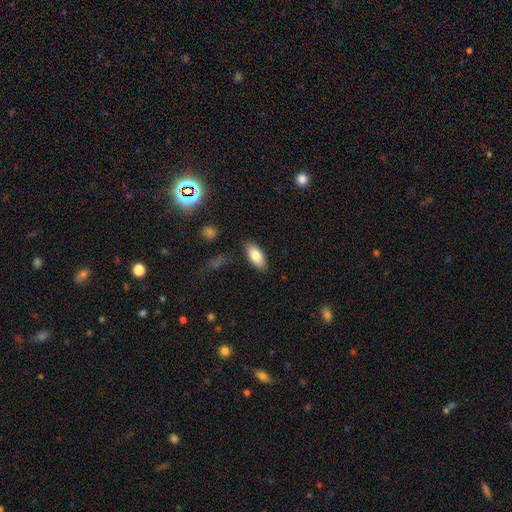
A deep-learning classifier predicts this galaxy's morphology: smooth 81%, featured or disk 12%, star or artifact 7%. Down the decision tree: how rounded — in between (88%); merging — none (86%).